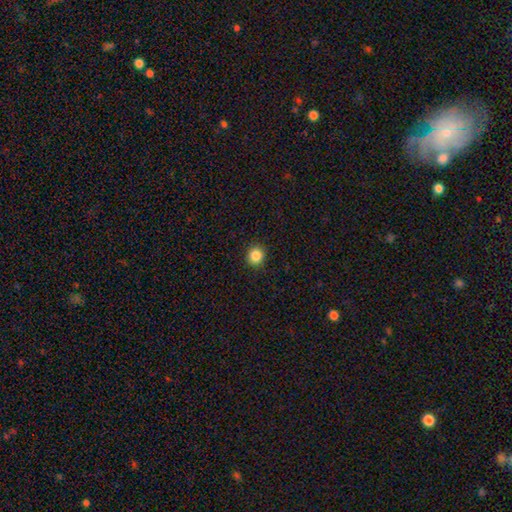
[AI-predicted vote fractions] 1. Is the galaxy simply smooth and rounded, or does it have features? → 86% smooth, 11% star or artifact, 4% featured or disk.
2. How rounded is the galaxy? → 91% round, 8% in between, 1% cigar-shaped.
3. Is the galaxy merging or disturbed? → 92% none, 5% minor disturbance, 2% major disturbance, 1% merger.